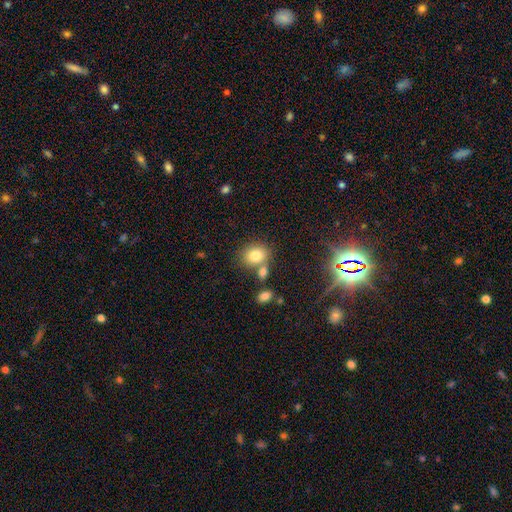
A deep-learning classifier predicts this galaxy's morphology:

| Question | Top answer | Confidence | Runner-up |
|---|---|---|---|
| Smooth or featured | smooth | 80% | star or artifact (10%) |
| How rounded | round | 54% | in between (45%) |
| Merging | none | 58% | merger (25%) |